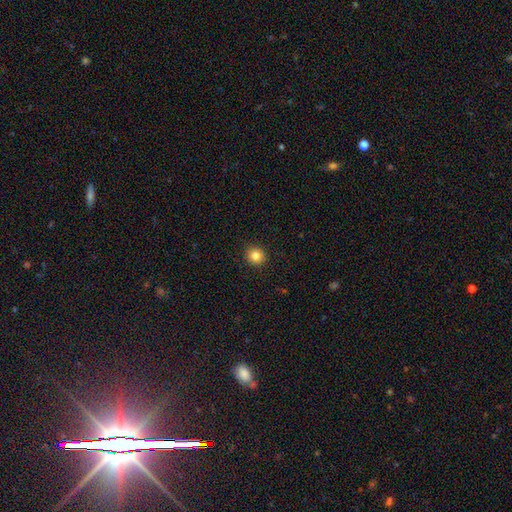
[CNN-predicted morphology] Q: Smooth or featured?
A: smooth (84%); runner-up: star or artifact (11%)
Q: How rounded?
A: round (90%); runner-up: in between (9%)
Q: Merging?
A: none (92%); runner-up: minor disturbance (5%)